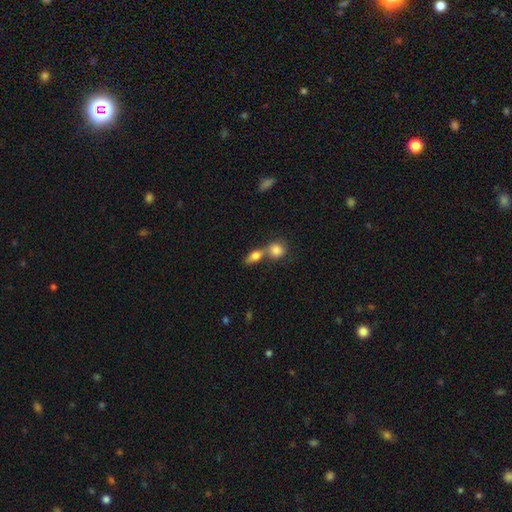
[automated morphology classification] This appears to be a smooth galaxy with no disk features (78%) that is in between round and cigar-shaped (68%). Merging: merger (55%).